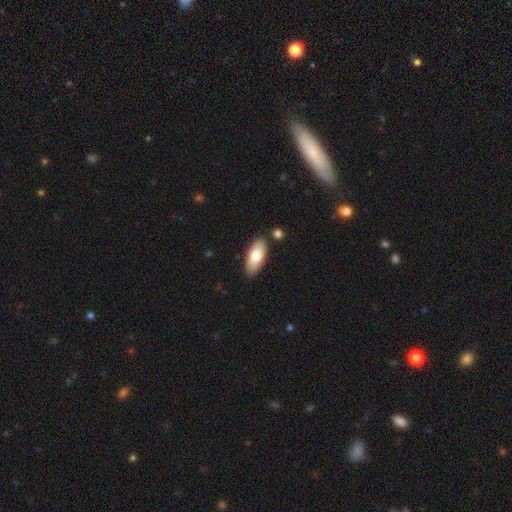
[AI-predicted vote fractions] Smooth or featured?
  - smooth: 75% *
  - featured or disk: 19%
  - star or artifact: 6%
How rounded?
  - in between: 86% *
  - cigar-shaped: 12%
  - round: 2%
Merging?
  - none: 85% *
  - minor disturbance: 9%
  - merger: 4%
  - major disturbance: 2%